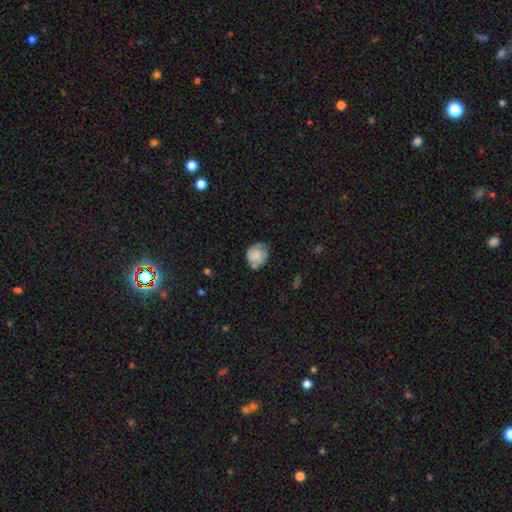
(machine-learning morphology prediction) Smooth or featured?
  - smooth: 73% *
  - featured or disk: 19%
  - star or artifact: 8%
How rounded?
  - round: 71% *
  - in between: 28%
  - cigar-shaped: 1%
Merging?
  - none: 56% *
  - minor disturbance: 30%
  - major disturbance: 8%
  - merger: 6%